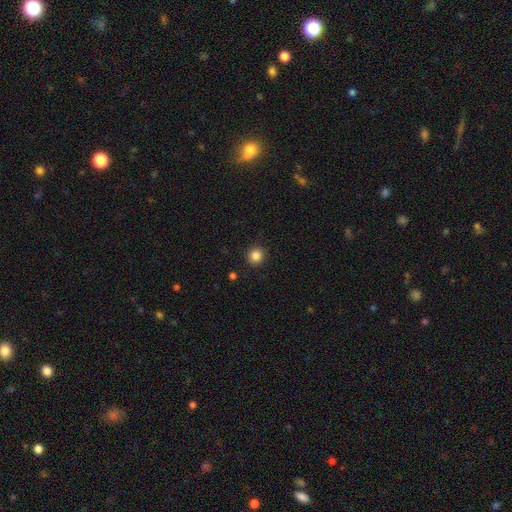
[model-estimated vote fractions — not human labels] smooth-or-featured: smooth: 85% | star or artifact: 11% | featured or disk: 4%
  how-rounded: round: 92% | in between: 7% | cigar-shaped: 1%
  merging: none: 91% | minor disturbance: 6% | major disturbance: 2% | merger: 1%